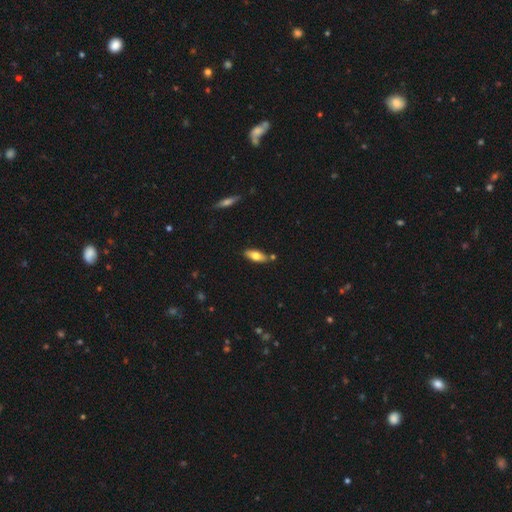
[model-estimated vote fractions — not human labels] smooth-or-featured: smooth: 70% | featured or disk: 23% | star or artifact: 6%
  how-rounded: in between: 76% | cigar-shaped: 21% | round: 2%
  merging: none: 79% | minor disturbance: 12% | merger: 6% | major disturbance: 2%